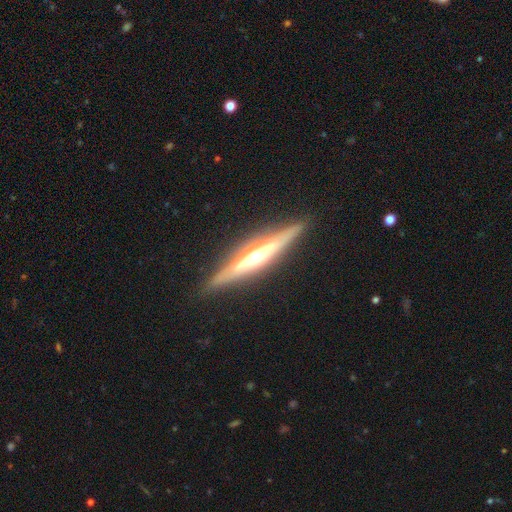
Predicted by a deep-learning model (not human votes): Overall: featured or disk (77%). Edge-on disk: yes (96%). Edge-on bulge: rounded (84%). Merging: none (89%).